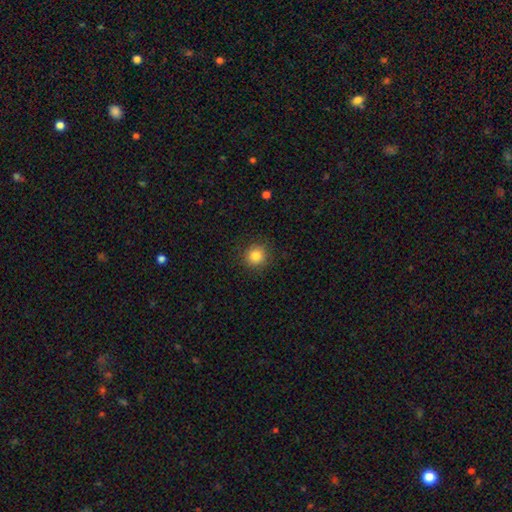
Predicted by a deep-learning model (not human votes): Smooth or featured? smooth (83%)
How rounded? round (93%)
Merging? none (90%)